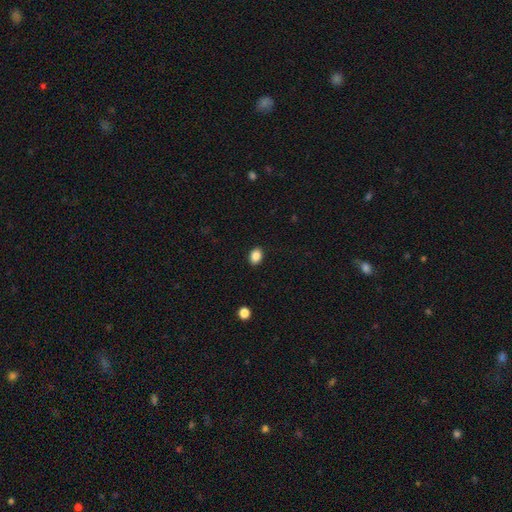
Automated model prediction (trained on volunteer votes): The model was most divided on "how rounded": in between: 72%, round: 27%, cigar-shaped: 1%. More confident: merging — none (90%); smooth or featured — smooth (88%).